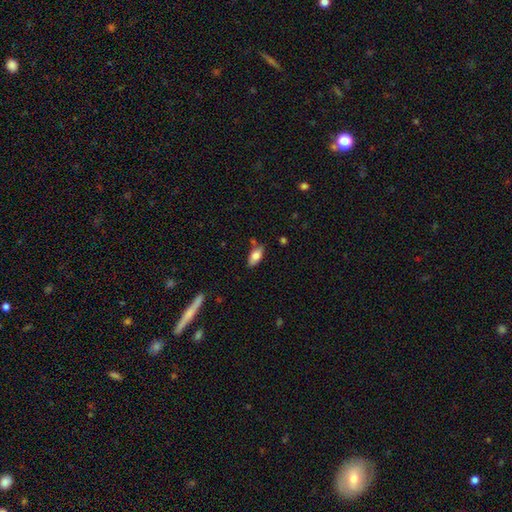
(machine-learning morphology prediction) Q: Smooth or featured?
A: smooth (76%); runner-up: featured or disk (17%)
Q: How rounded?
A: in between (85%); runner-up: cigar-shaped (12%)
Q: Merging?
A: none (79%); runner-up: minor disturbance (15%)